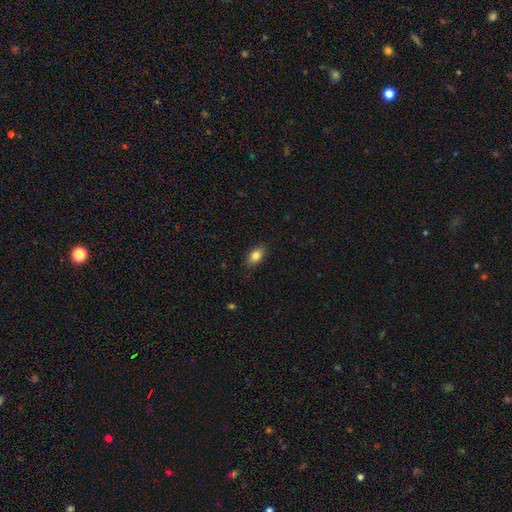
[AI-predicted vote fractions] This is clearly a smooth galaxy (83%). How rounded: clearly in between (90%). Merging: clearly none (86%).